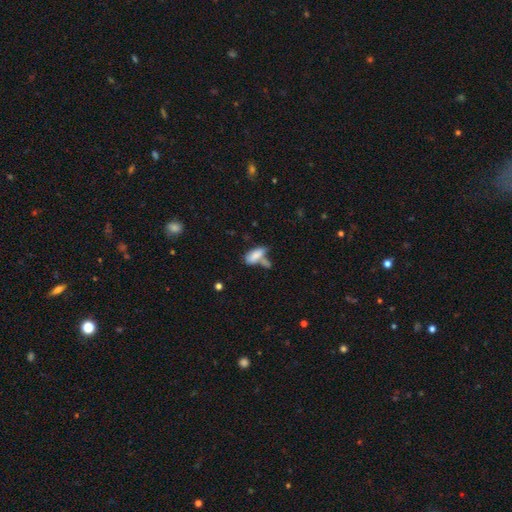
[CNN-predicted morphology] smooth 79%, featured or disk 13%, star or artifact 8%. Down the decision tree: how rounded — in between (82%); merging — merger (42%).